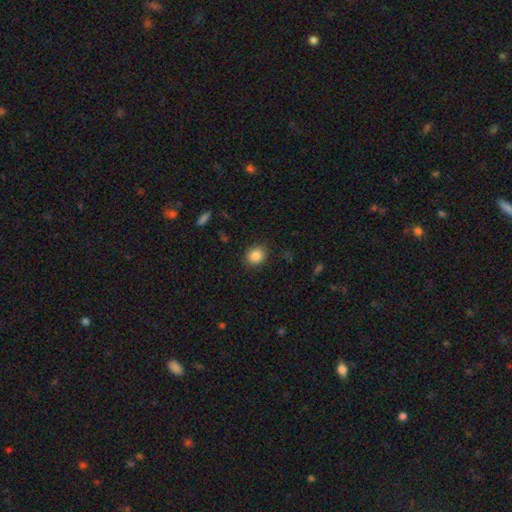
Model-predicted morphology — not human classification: smooth 86%, star or artifact 10%, featured or disk 5%. Down the decision tree: how rounded — round (79%); merging — none (88%).